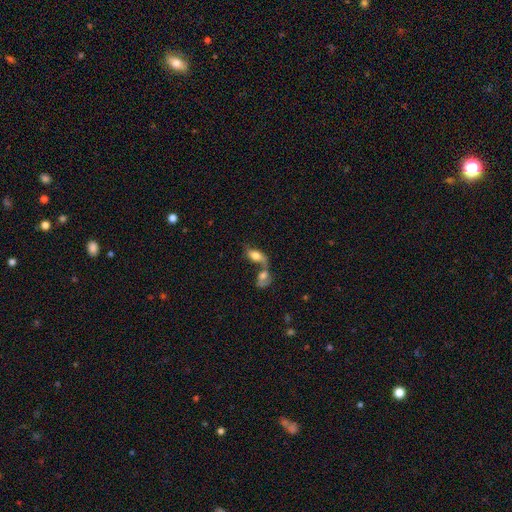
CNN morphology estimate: A smooth galaxy with no disk features (59%) that is in between round and cigar-shaped (84%).

Vote fractions:
- Smooth or featured? smooth: 59% / featured or disk: 32% / star or artifact: 9%
- How rounded? in between: 84% / cigar-shaped: 10% / round: 6%
- Merging? merger: 65% / none: 20% / minor disturbance: 8% / major disturbance: 7%